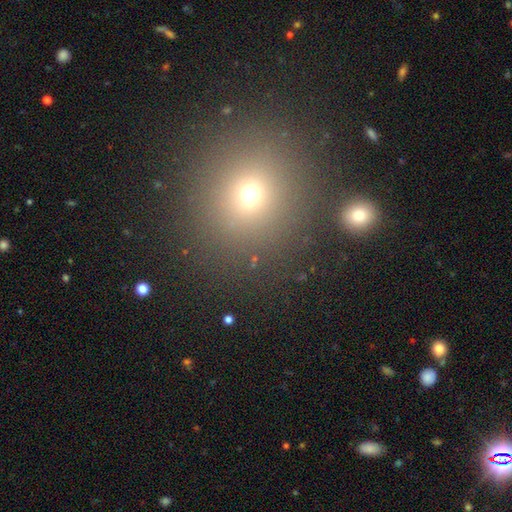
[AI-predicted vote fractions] Smooth or featured? smooth (60%)
How rounded? round (88%)
Merging? none (87%)